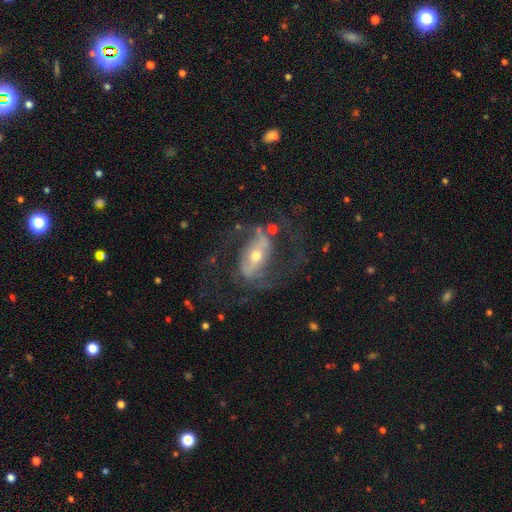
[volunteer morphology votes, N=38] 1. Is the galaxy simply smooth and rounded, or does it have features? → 82% featured or disk, 11% smooth, 8% star or artifact.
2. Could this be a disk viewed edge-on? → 100% no, 0% yes.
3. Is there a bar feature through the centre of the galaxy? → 45% weak, 32% strong, 23% no.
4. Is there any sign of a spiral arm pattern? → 87% yes, 13% no.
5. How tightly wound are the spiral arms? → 59% medium, 37% loose, 4% tight.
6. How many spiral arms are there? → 93% 2, 7% can't tell, 0% 1, 0% 3, 0% 4, 0% more than 4.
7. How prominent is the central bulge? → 58% moderate, 39% small, 3% large, 0% dominant, 0% none.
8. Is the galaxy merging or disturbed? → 40% none, 34% minor disturbance, 23% major disturbance, 3% merger.